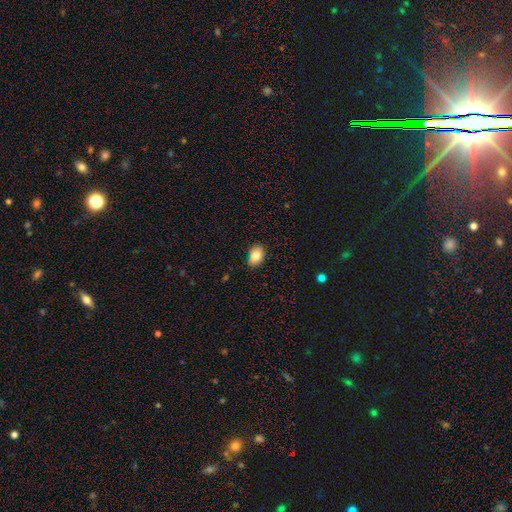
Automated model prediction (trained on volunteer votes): A smooth galaxy with no disk features (85%) that is in between round and cigar-shaped (74%). Merging: none (80%).